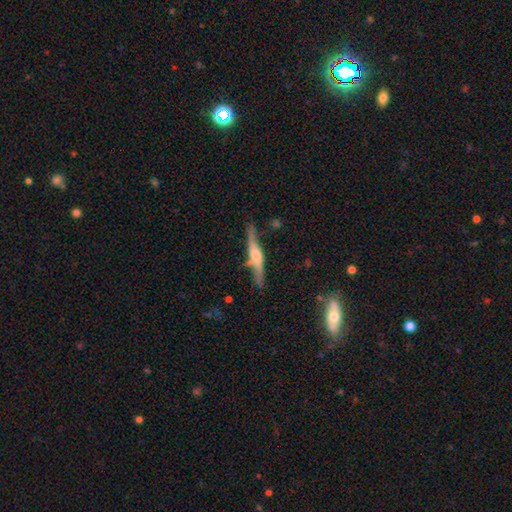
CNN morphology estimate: Overall: featured or disk (66%; smooth 28%). Edge-on disk: yes (86%). Edge-on bulge: rounded (71%). Merging: none (64%).